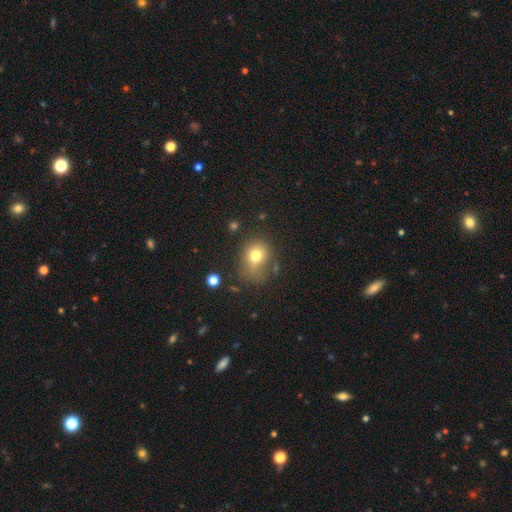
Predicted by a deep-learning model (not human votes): smooth-or-featured: smooth: 74% | featured or disk: 13% | star or artifact: 13%
  how-rounded: round: 60% | in between: 39% | cigar-shaped: 1%
  merging: none: 45% | minor disturbance: 29% | major disturbance: 20% | merger: 5%